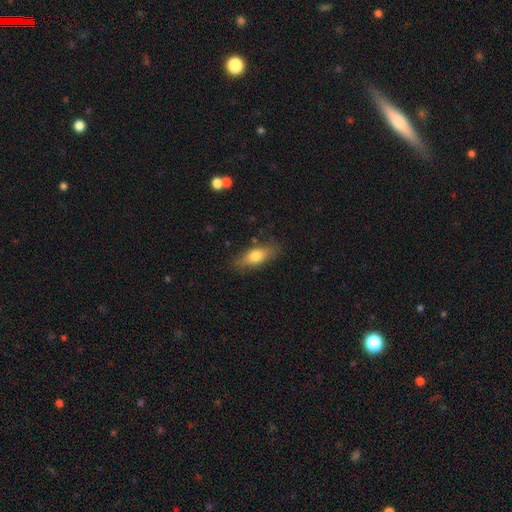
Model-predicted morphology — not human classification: Smooth or featured? smooth (70%)
How rounded? in between (68%)
Merging? none (80%)